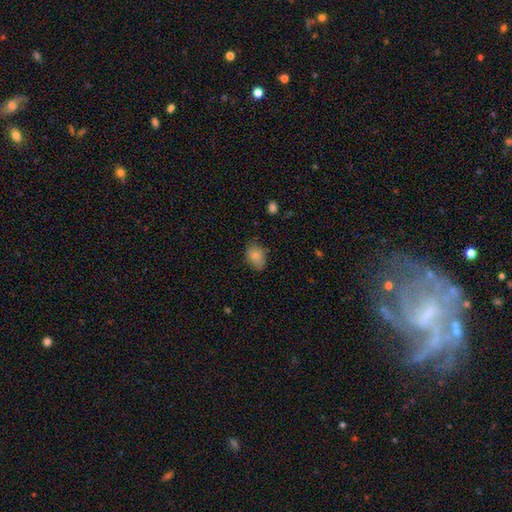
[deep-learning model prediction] Morphology: type=smooth (82%); roundness=in between (77%); merging=none (71%).